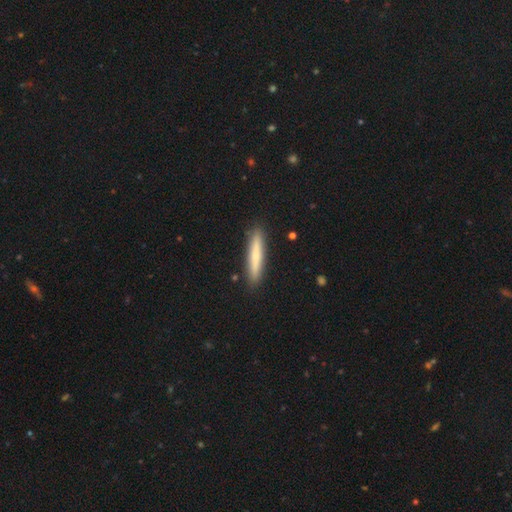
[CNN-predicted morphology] Smooth or featured?
  - smooth: 73% *
  - featured or disk: 22%
  - star or artifact: 6%
How rounded?
  - cigar-shaped: 94% *
  - in between: 5%
  - round: 1%
Merging?
  - none: 90% *
  - minor disturbance: 7%
  - major disturbance: 1%
  - merger: 1%